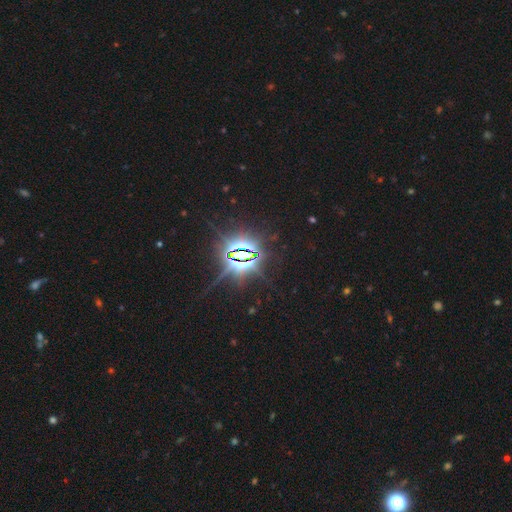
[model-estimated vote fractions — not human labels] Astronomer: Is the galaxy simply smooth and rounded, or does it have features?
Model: star or artifact — 85%.